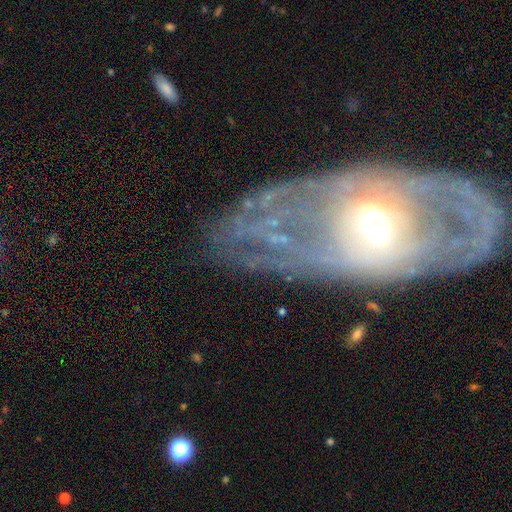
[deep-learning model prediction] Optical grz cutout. It shows a featured or disk galaxy (73%) with a weak bar (37%), spiral arms (53%) and a moderate central bulge (61%). Merging: none (62%).